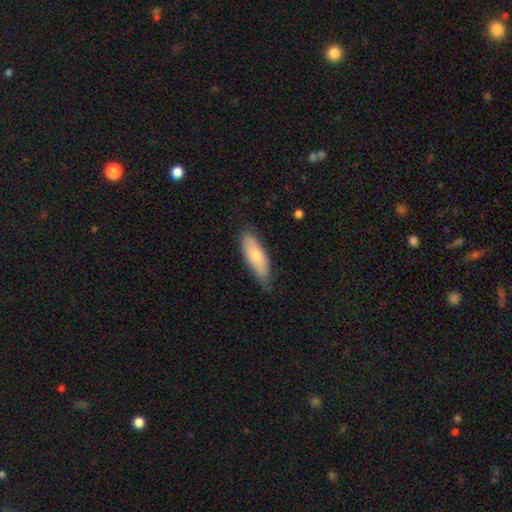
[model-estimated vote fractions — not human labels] Q: Smooth or featured?
A: smooth (71%); runner-up: featured or disk (23%)
Q: How rounded?
A: in between (58%); runner-up: cigar-shaped (40%)
Q: Merging?
A: none (72%); runner-up: minor disturbance (23%)